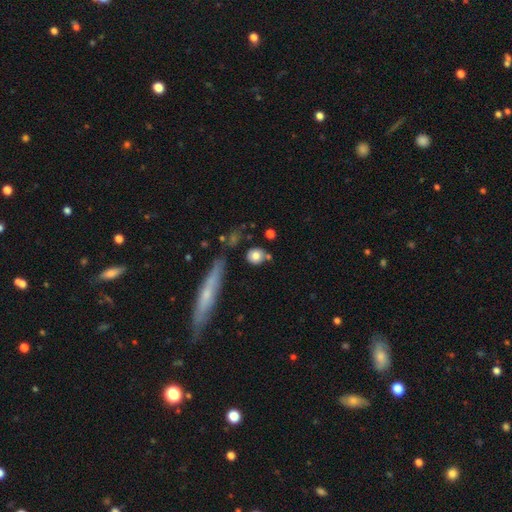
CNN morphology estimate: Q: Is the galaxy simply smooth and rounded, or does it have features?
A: smooth — 77%.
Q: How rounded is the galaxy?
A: round — 75%.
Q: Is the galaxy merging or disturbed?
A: none — 72%.